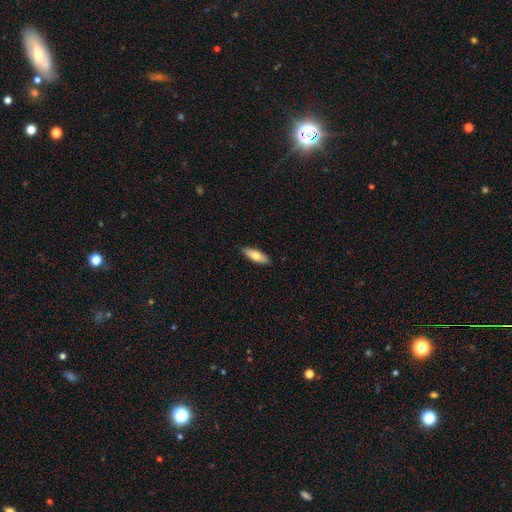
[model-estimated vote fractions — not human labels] A smooth galaxy with no disk features (70%) that is in between round and cigar-shaped (57%). Merging: none (88%).